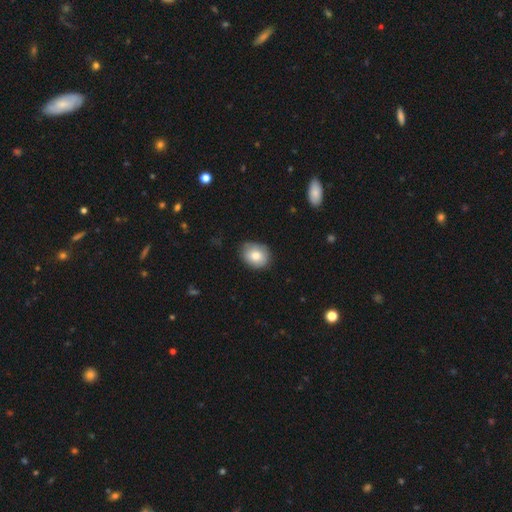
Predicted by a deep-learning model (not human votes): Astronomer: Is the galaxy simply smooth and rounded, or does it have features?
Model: smooth — 80%.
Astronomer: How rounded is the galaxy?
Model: round — 52% (runner-up: in between, 47%).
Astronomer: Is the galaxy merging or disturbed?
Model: none — 77%.